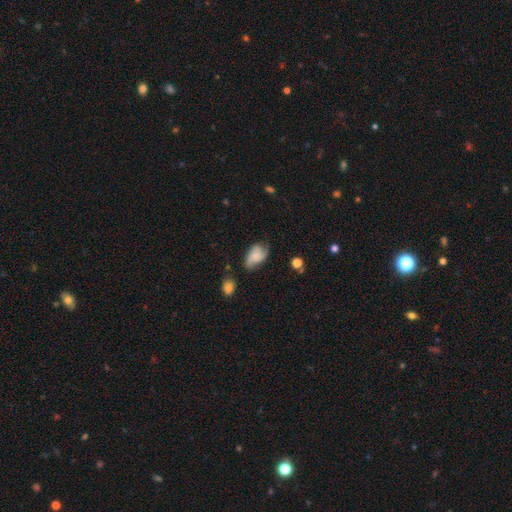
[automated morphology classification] Overall: smooth (49%; featured or disk 42%). Merging: none (52%; minor disturbance 30%).